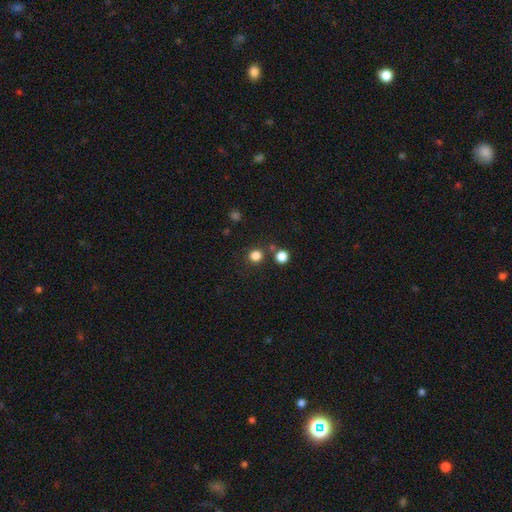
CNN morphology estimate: Smooth or featured?
  - smooth: 81% *
  - star or artifact: 15%
  - featured or disk: 4%
How rounded?
  - round: 89% *
  - in between: 10%
  - cigar-shaped: 1%
Merging?
  - none: 79% *
  - merger: 11%
  - minor disturbance: 7%
  - major disturbance: 3%